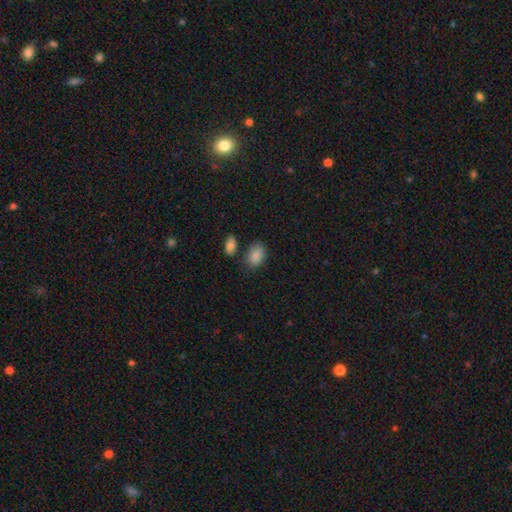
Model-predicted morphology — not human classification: smooth_or_featured: smooth (p=0.88) [alt: star or artifact p=0.08]
how_rounded: in between (p=0.84) [alt: round p=0.15]
merging: none (p=0.70) [alt: minor disturbance p=0.18]